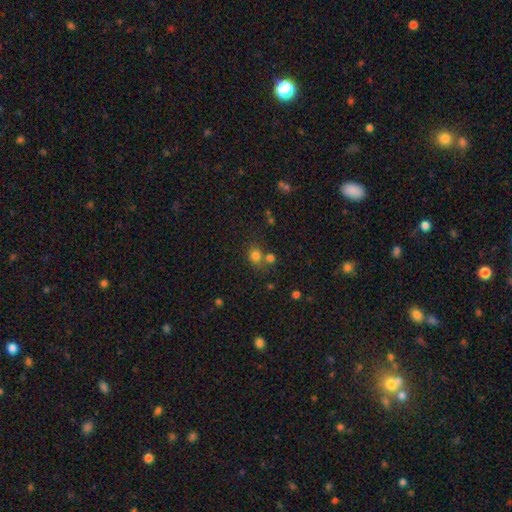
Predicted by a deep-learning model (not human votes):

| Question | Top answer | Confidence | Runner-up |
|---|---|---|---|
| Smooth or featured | smooth | 77% | star or artifact (15%) |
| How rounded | round | 71% | in between (28%) |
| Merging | none | 55% | merger (30%) |